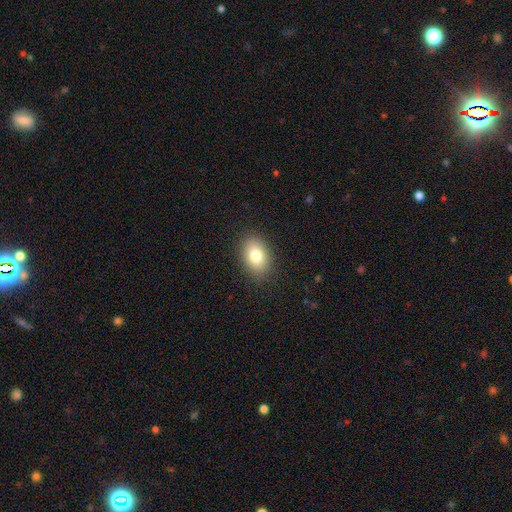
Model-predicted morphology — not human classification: Q: Smooth or featured?
A: smooth (81%); runner-up: featured or disk (10%)
Q: How rounded?
A: in between (83%); runner-up: round (16%)
Q: Merging?
A: none (87%); runner-up: minor disturbance (9%)